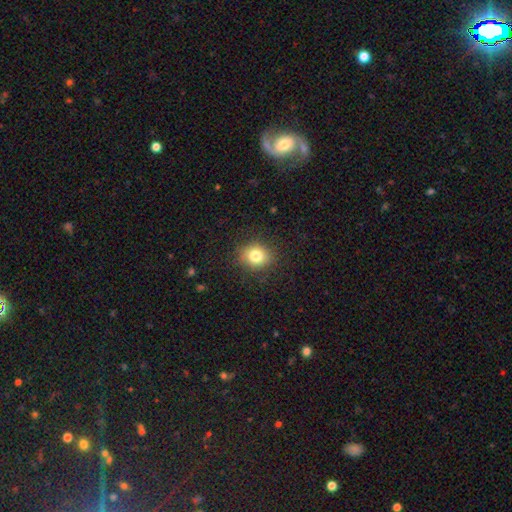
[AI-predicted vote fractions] A smooth galaxy with no disk features (80%) that is round (74%). Merging: none (87%).